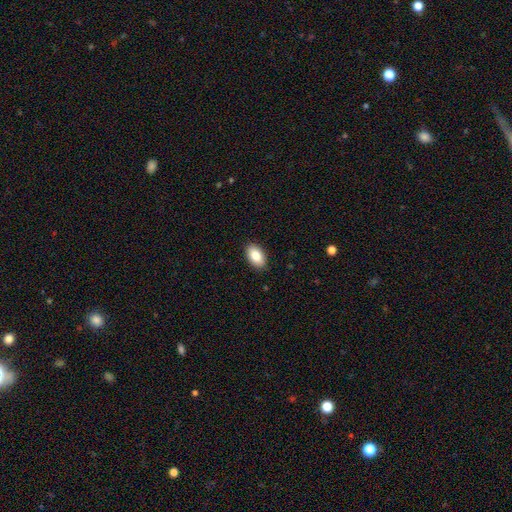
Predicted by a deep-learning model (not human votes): A smooth galaxy with no disk features (85%) that is in between round and cigar-shaped (93%).

Vote fractions:
- Smooth or featured? smooth: 85% / featured or disk: 8% / star or artifact: 7%
- How rounded? in between: 93% / round: 5% / cigar-shaped: 2%
- Merging? none: 89% / minor disturbance: 8% / major disturbance: 2% / merger: 1%